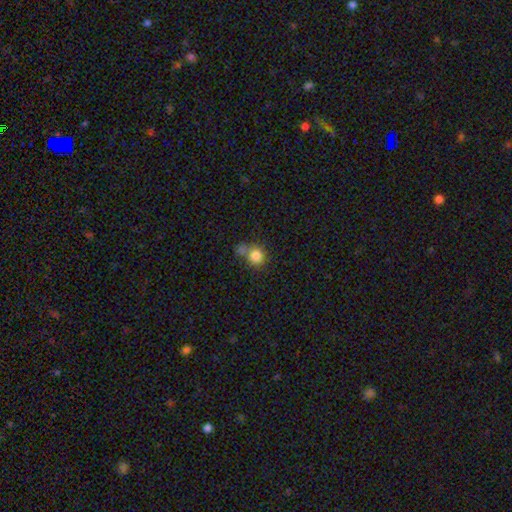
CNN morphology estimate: This appears to be a smooth galaxy with no disk features (83%) that is round (85%). Merging: none (49%).